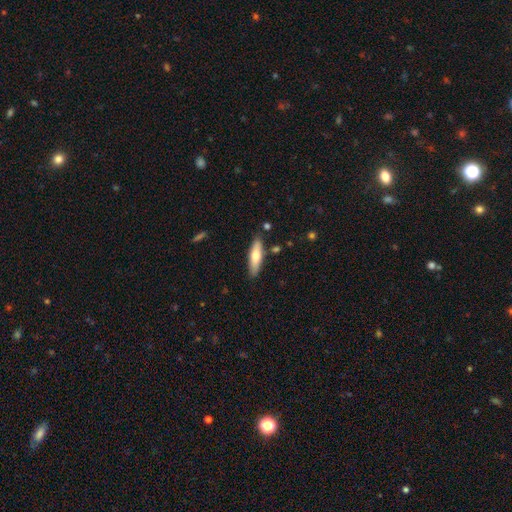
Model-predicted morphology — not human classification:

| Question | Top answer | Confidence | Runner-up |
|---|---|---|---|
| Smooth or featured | smooth | 65% | featured or disk (29%) |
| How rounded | cigar-shaped | 62% | in between (37%) |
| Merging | none | 84% | minor disturbance (11%) |